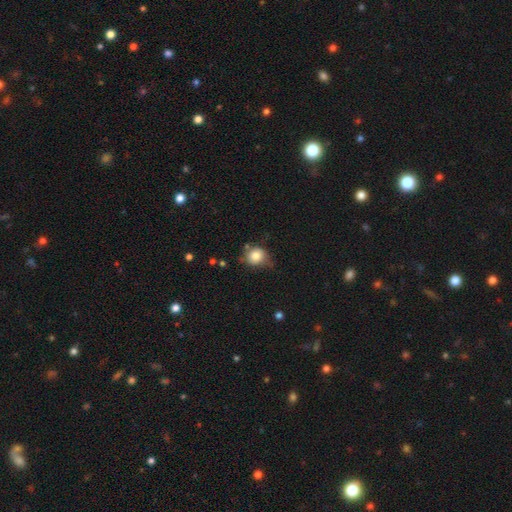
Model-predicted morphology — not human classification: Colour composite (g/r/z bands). It shows a smooth galaxy with no disk features (81%) that is round (80%). Merging: none (61%).